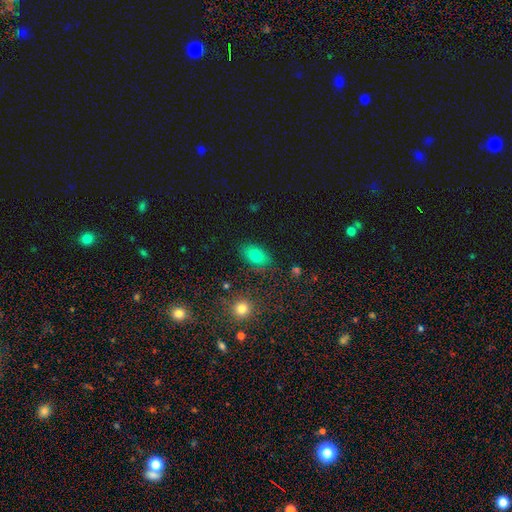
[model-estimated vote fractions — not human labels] The model was most divided on "smooth or featured": smooth: 78%, star or artifact: 12%, featured or disk: 10%. More confident: how rounded — in between (86%); merging — none (81%).